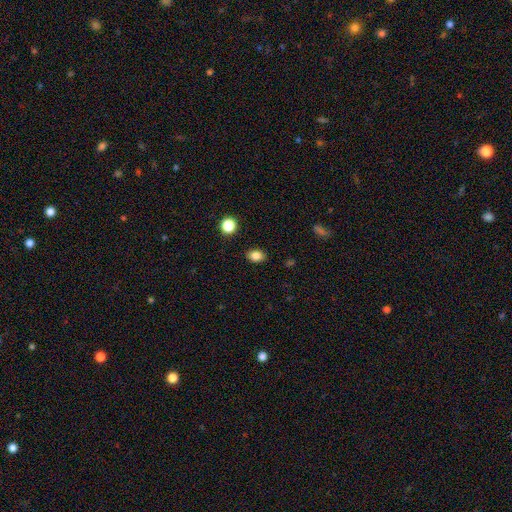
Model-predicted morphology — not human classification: The model was most divided on "how rounded": in between: 69%, round: 29%, cigar-shaped: 1%. More confident: merging — none (88%); smooth or featured — smooth (84%).